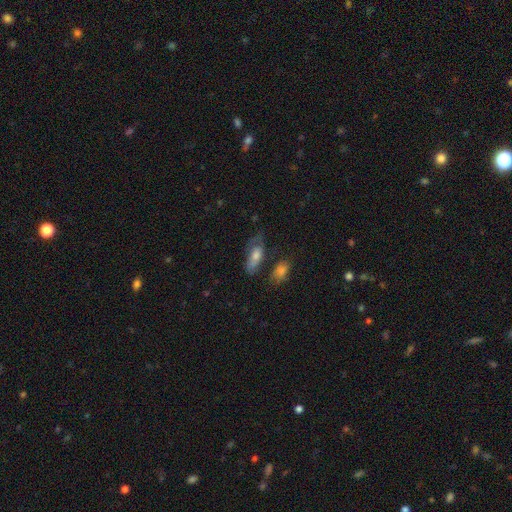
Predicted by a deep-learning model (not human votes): Smooth or featured?
  - smooth: 51% *
  - featured or disk: 40%
  - star or artifact: 9%
How rounded?
  - in between: 79% *
  - cigar-shaped: 16%
  - round: 5%
Merging?
  - none: 52% *
  - minor disturbance: 24%
  - major disturbance: 14%
  - merger: 10%